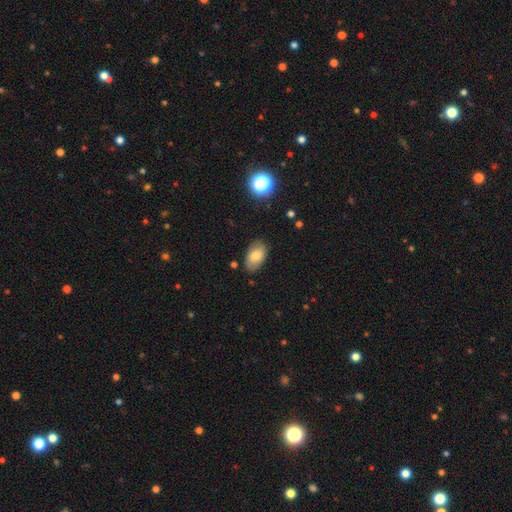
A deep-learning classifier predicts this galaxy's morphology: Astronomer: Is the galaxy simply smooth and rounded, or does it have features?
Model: smooth — 78%.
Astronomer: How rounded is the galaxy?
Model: in between — 92%.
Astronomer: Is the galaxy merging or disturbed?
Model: none — 82%.